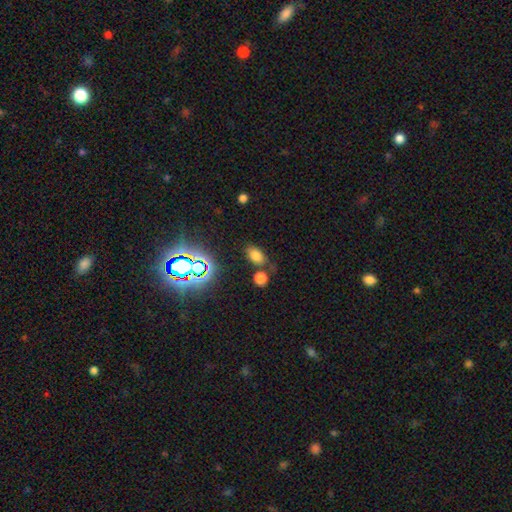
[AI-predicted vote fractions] Smooth or featured?
  - smooth: 70% *
  - star or artifact: 22%
  - featured or disk: 8%
How rounded?
  - in between: 86% *
  - round: 12%
  - cigar-shaped: 2%
Merging?
  - none: 70% *
  - minor disturbance: 15%
  - merger: 9%
  - major disturbance: 5%